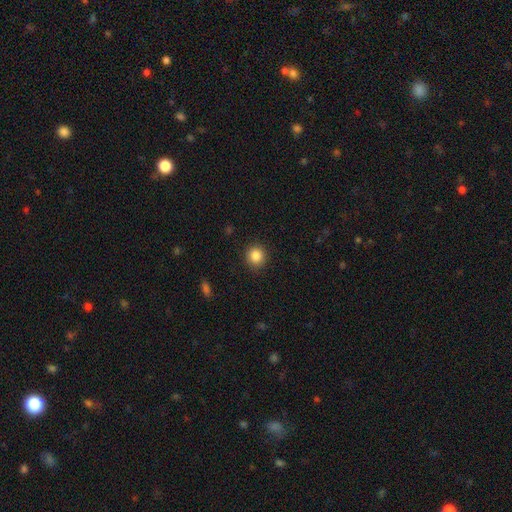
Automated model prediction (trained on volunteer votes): The model was most divided on "smooth or featured": smooth: 86%, star or artifact: 10%, featured or disk: 4%. More confident: how rounded — round (91%); merging — none (90%).